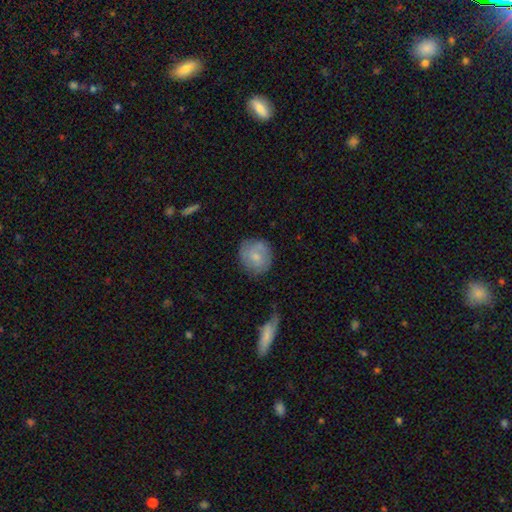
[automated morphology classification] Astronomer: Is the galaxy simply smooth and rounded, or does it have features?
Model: smooth — 56% (runner-up: featured or disk, 37%).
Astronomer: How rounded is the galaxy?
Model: round — 81%.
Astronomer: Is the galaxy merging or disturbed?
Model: none — 73%.